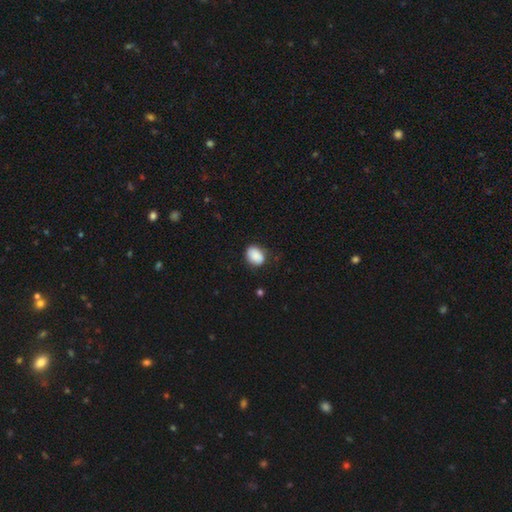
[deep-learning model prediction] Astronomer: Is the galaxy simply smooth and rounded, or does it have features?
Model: smooth — 88%.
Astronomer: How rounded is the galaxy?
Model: in between — 73%.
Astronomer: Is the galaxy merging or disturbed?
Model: none — 72%.